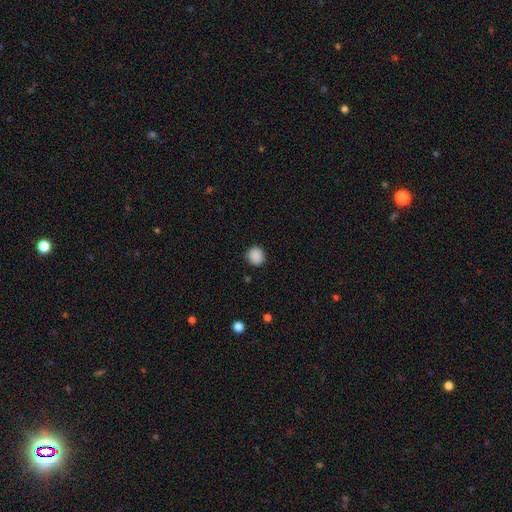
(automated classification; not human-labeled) smooth_or_featured: smooth (p=0.89) [alt: star or artifact p=0.09]
how_rounded: round (p=0.89) [alt: in between p=0.10]
merging: none (p=0.89) [alt: minor disturbance p=0.08]